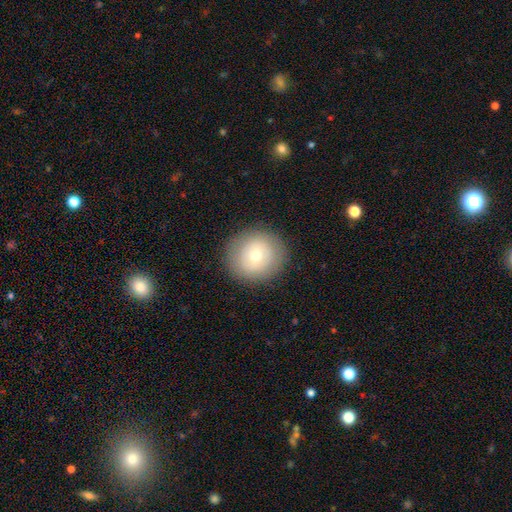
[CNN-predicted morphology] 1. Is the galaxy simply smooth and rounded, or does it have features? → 68% smooth, 24% featured or disk, 9% star or artifact.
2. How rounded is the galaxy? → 90% round, 10% in between, 1% cigar-shaped.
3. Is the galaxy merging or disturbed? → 88% none, 8% minor disturbance, 3% major disturbance, 1% merger.